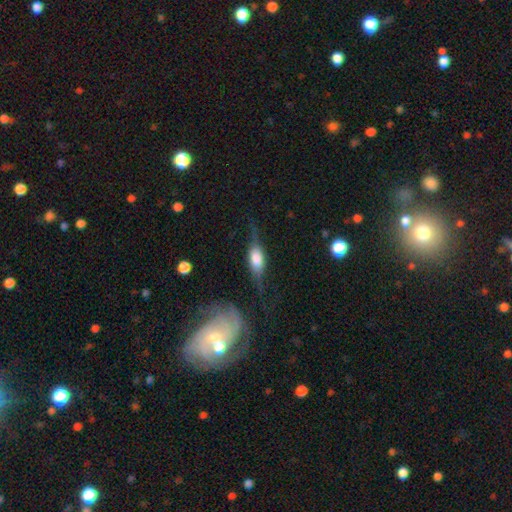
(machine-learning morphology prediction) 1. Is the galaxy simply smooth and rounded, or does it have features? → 61% featured or disk, 31% smooth, 8% star or artifact.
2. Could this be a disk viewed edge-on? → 69% yes, 31% no.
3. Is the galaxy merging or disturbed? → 55% none, 24% minor disturbance, 16% major disturbance, 5% merger.